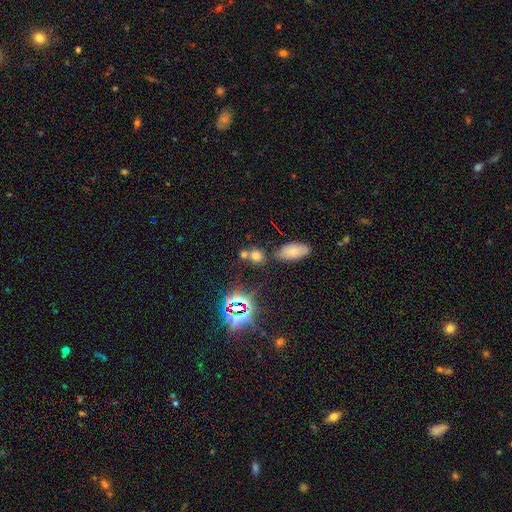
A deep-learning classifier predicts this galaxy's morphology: The model was most divided on "merging": none: 57%, merger: 29%, minor disturbance: 10%, major disturbance: 4%. More confident: how rounded — round (68%); smooth or featured — smooth (63%).